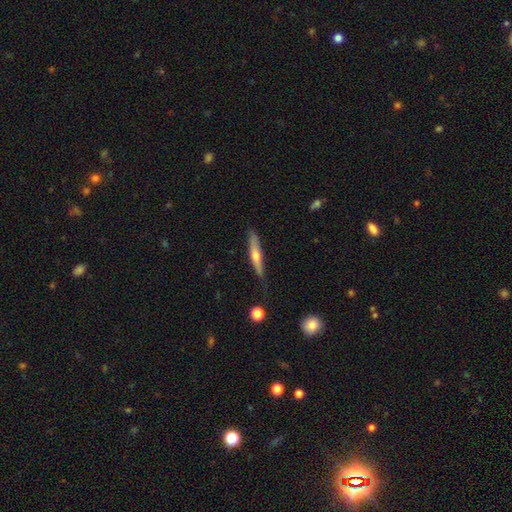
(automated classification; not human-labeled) Smooth or featured: featured or disk — 52% (smooth — 42%)
Edge-on disk: yes — 92% (no — 8%)
Merging: none — 75% (minor disturbance — 19%)